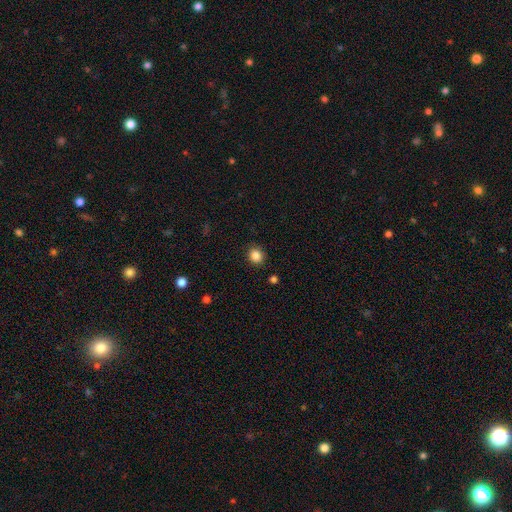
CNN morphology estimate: smooth-or-featured: smooth: 86% | star or artifact: 11% | featured or disk: 4%
  how-rounded: round: 73% | in between: 26% | cigar-shaped: 1%
  merging: none: 89% | minor disturbance: 8% | major disturbance: 2% | merger: 1%